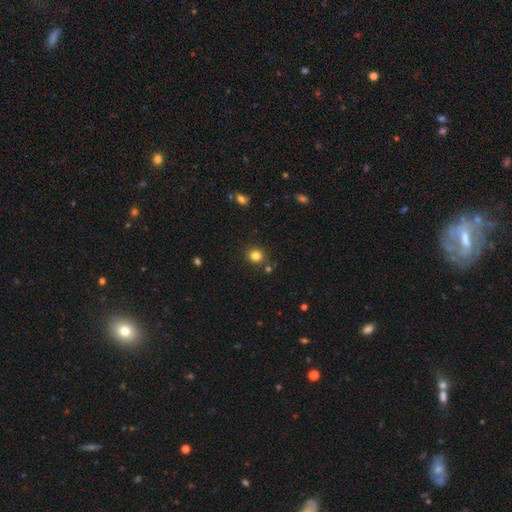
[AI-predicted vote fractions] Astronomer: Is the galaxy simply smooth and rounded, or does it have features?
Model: smooth — 81%.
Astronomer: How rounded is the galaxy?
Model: round — 87%.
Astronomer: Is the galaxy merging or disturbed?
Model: none — 85%.